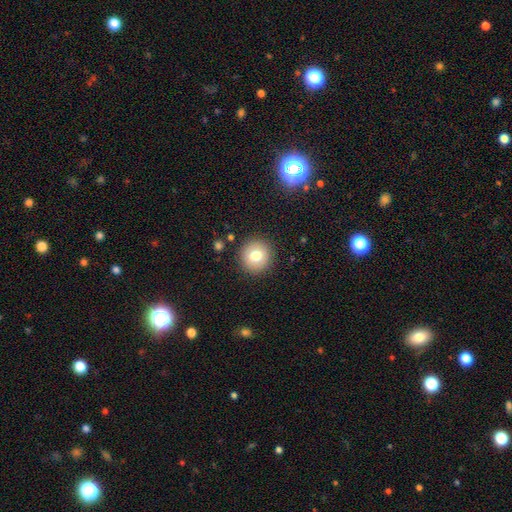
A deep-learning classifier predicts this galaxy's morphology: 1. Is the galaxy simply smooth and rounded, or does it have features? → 76% smooth, 14% featured or disk, 10% star or artifact.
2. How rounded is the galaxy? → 94% round, 5% in between, 1% cigar-shaped.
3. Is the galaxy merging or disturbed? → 90% none, 6% minor disturbance, 2% major disturbance, 1% merger.